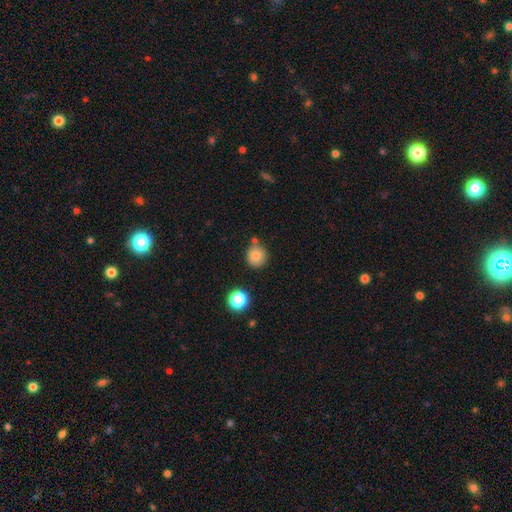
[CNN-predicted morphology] smooth_or_featured: smooth (p=0.83) [alt: star or artifact p=0.11]
how_rounded: round (p=0.91) [alt: in between p=0.08]
merging: none (p=0.77) [alt: minor disturbance p=0.11]